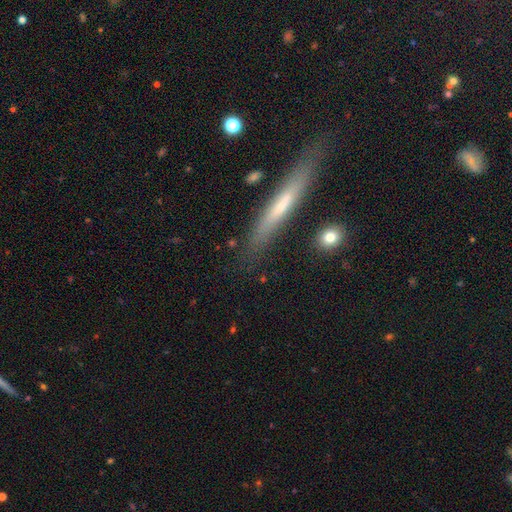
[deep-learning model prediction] A featured or disk galaxy (52%) viewed edge-on (90%). Merging: none (82%).